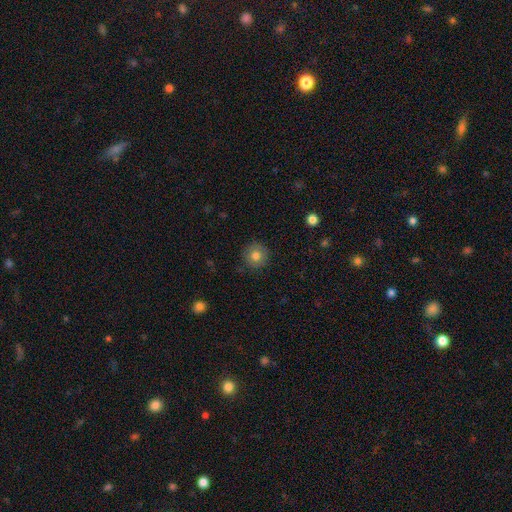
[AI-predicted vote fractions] This is likely a smooth galaxy (79%). How rounded: clearly round (94%). Merging: clearly none (89%).